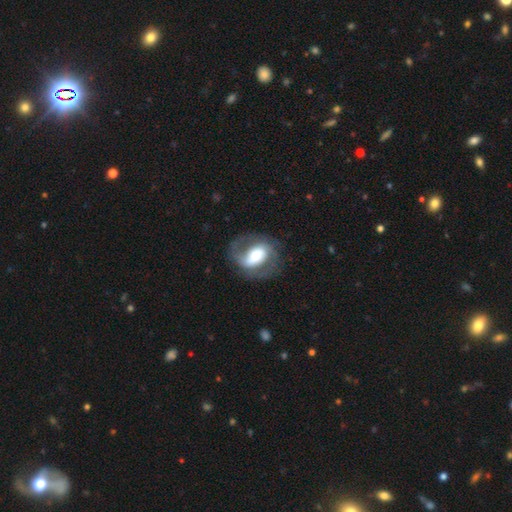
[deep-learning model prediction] smooth-or-featured: featured or disk: 70% | smooth: 23% | star or artifact: 6%
  disk-edge-on: no: 96% | yes: 4%
    bar: strong: 36% | weak: 33% | no: 32%
    has-spiral-arms: yes: 81% | no: 19%
      spiral-winding: medium: 46% | loose: 28% | tight: 25%
      spiral-arm-count: 2: 81% | can't tell: 8% | 1: 7% | 3: 2% | 4: 1% | more than 4: 1%
    bulge-size: moderate: 55% | large: 21% | small: 19% | dominant: 3% | none: 1%
  merging: none: 71% | minor disturbance: 15% | major disturbance: 13% | merger: 1%